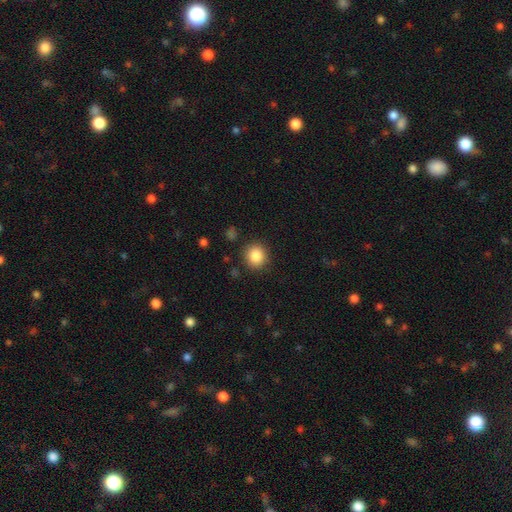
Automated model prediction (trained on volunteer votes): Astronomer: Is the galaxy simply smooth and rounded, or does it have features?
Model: smooth — 86%.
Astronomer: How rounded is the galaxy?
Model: round — 89%.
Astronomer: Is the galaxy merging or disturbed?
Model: none — 89%.